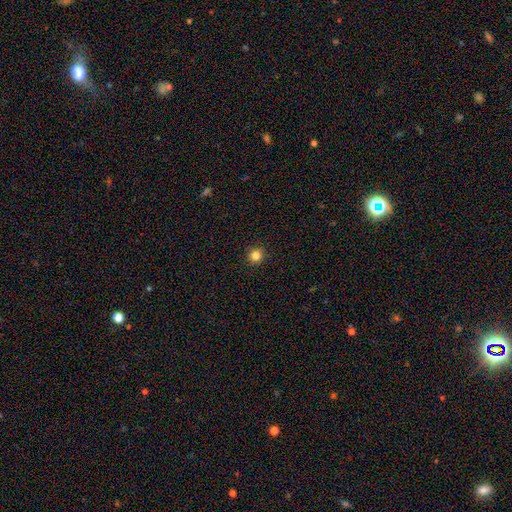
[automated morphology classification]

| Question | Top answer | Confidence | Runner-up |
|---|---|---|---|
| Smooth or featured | smooth | 83% | star or artifact (12%) |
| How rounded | round | 95% | in between (4%) |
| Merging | none | 93% | minor disturbance (4%) |